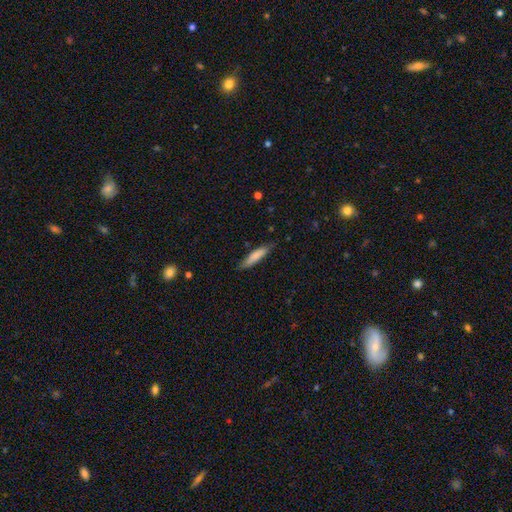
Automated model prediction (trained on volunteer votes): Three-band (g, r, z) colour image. It shows a smooth galaxy with no disk features (78%) that is cigar-shaped (82%). Merging: none (78%).